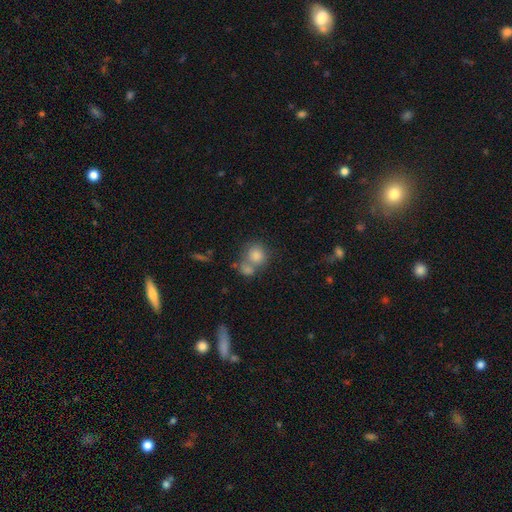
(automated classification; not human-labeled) smooth_or_featured: smooth (p=0.79) [alt: star or artifact p=0.11]
how_rounded: round (p=0.80) [alt: in between p=0.19]
merging: none (p=0.45) [alt: merger p=0.39]